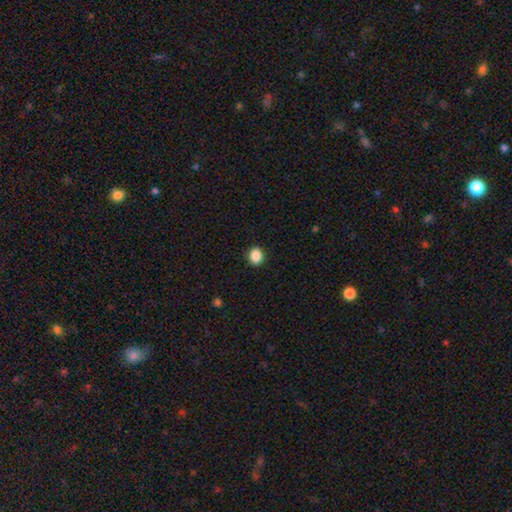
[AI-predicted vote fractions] Smooth or featured? Predicted: smooth (p=0.88). How rounded? Predicted: round (p=0.58). Merging? Predicted: none (p=0.91).